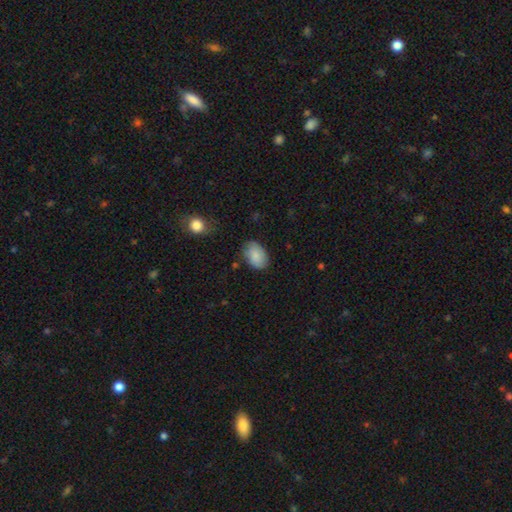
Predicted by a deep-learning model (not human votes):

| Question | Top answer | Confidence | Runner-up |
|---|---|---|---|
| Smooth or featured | smooth | 84% | featured or disk (9%) |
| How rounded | in between | 86% | round (12%) |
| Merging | none | 74% | minor disturbance (19%) |